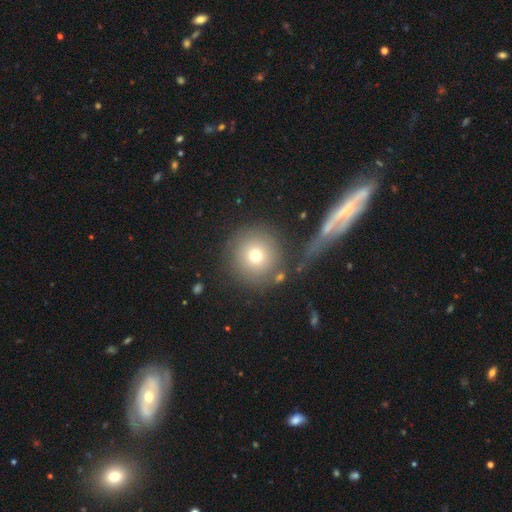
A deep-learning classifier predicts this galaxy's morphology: This is likely a smooth galaxy (71%). How rounded: clearly round (95%). Merging: likely none (74%).